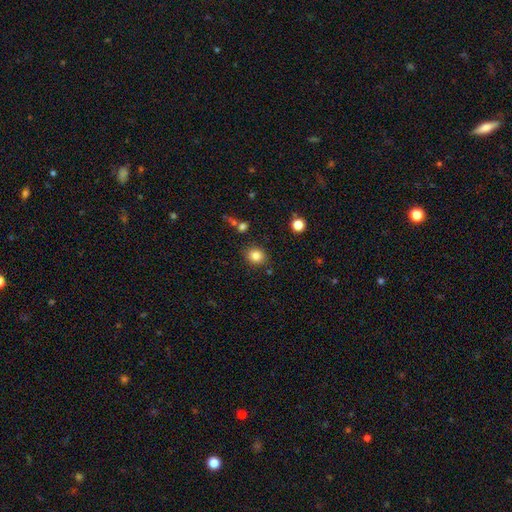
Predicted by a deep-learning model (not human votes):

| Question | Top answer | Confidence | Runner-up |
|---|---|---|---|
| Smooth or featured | smooth | 84% | star or artifact (11%) |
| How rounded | round | 72% | in between (27%) |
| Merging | none | 83% | minor disturbance (10%) |